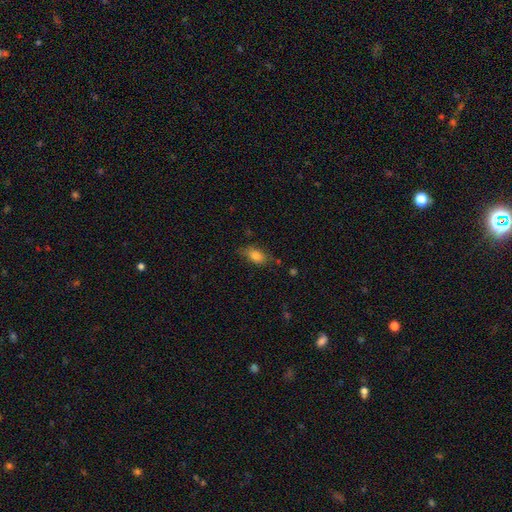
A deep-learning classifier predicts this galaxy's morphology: Smooth or featured? Predicted: smooth (p=0.80). How rounded? Predicted: in between (p=0.85). Merging? Predicted: none (p=0.66).